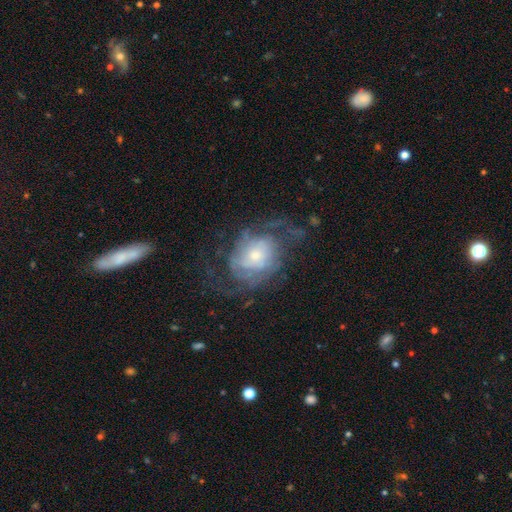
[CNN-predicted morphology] Overall: featured or disk (73%). Edge-on disk: no (97%). Bar: no (76%). Spiral arms: yes (80%). Spiral arm count: can't tell (39%; 2 32%). Spiral winding: medium (39%; tight 37%). Bulge size: small (53%; moderate 34%). Merging: none (51%; major disturbance 29%).